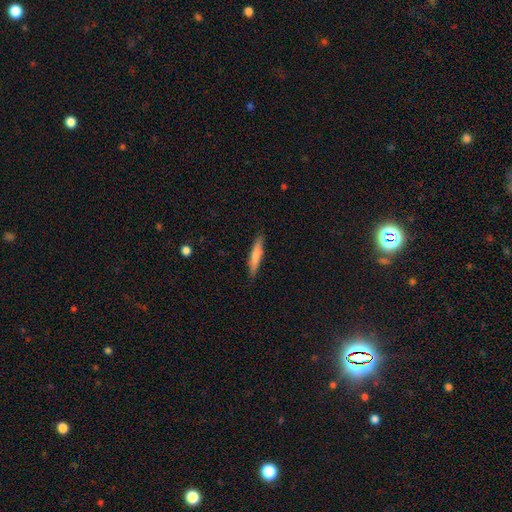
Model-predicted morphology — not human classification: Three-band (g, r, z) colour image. It shows a smooth galaxy with no disk features (73%) that is cigar-shaped (90%). Merging: none (88%).